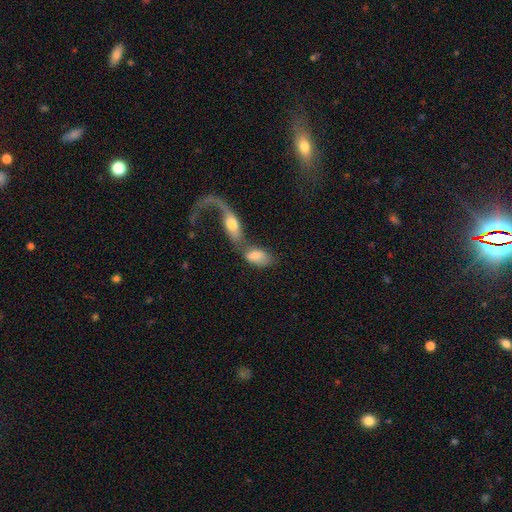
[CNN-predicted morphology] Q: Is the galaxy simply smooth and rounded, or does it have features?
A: smooth — 73%.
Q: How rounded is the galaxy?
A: in between — 89%.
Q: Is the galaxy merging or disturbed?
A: merger — 61%.